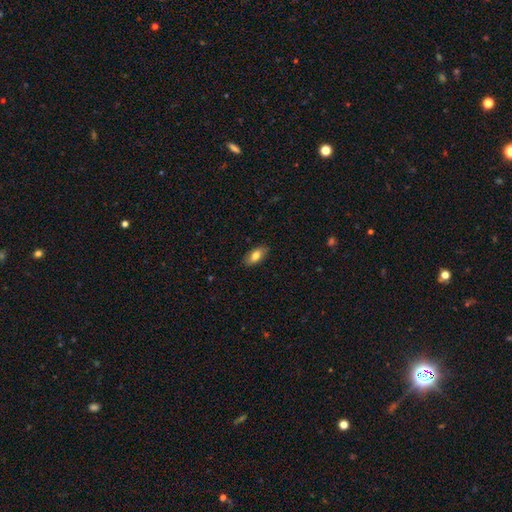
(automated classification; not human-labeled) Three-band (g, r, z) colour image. It shows a smooth galaxy with no disk features (78%) that is in between round and cigar-shaped (90%). Merging: none (87%).